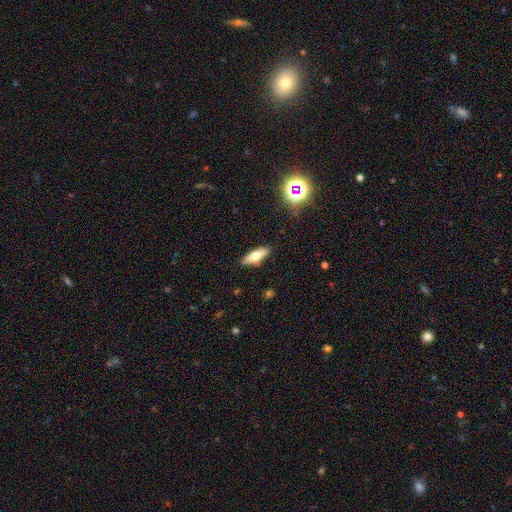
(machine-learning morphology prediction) type=smooth (60%); roundness=in between (62%); merging=none (87%).